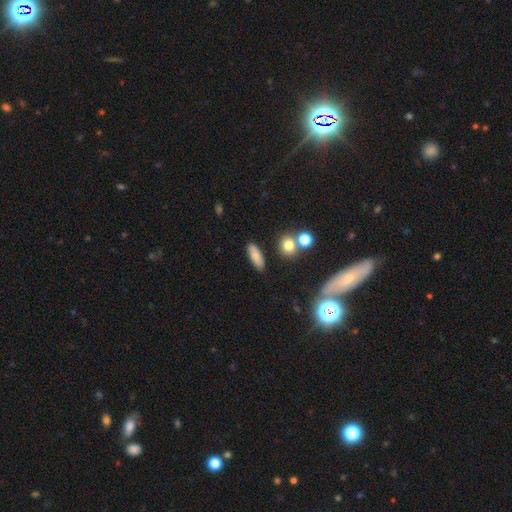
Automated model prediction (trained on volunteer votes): This appears to be a smooth galaxy with no disk features (78%) that is in between round and cigar-shaped (65%). Merging: none (83%).